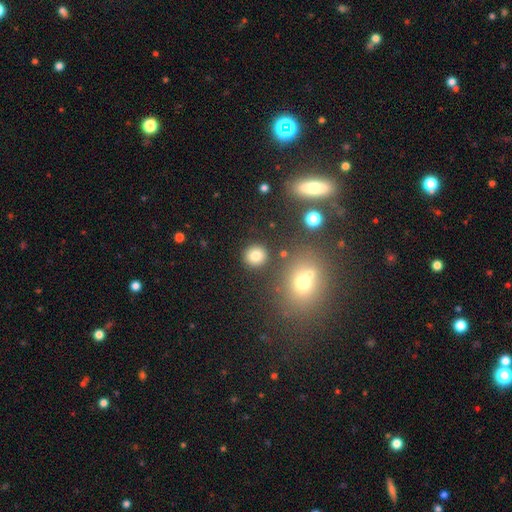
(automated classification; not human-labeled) Smooth or featured: smooth — 80% (star or artifact — 13%)
How rounded: round — 90% (in between — 9%)
Merging: none — 86% (minor disturbance — 7%)